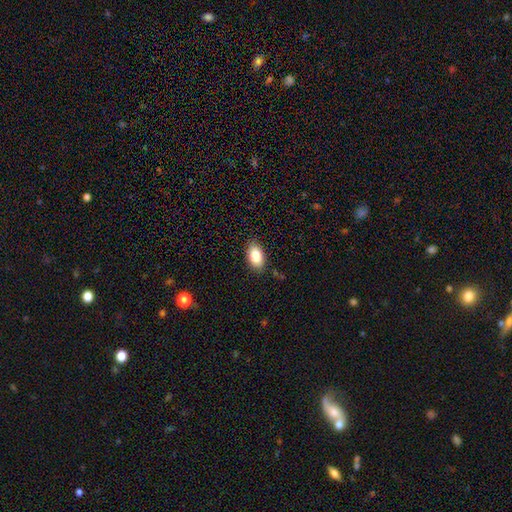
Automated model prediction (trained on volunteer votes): Smooth or featured?
  - smooth: 84% *
  - featured or disk: 8%
  - star or artifact: 7%
How rounded?
  - in between: 93% *
  - round: 5%
  - cigar-shaped: 2%
Merging?
  - none: 87% *
  - minor disturbance: 10%
  - major disturbance: 2%
  - merger: 1%